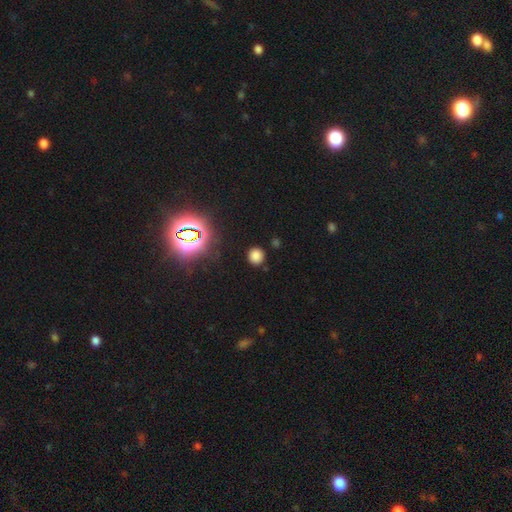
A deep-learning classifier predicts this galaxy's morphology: A smooth galaxy with no disk features (75%) that is round (91%).

Vote fractions:
- Smooth or featured? smooth: 75% / star or artifact: 20% / featured or disk: 5%
- How rounded? round: 91% / in between: 8% / cigar-shaped: 1%
- Merging? none: 88% / minor disturbance: 7% / major disturbance: 3% / merger: 2%